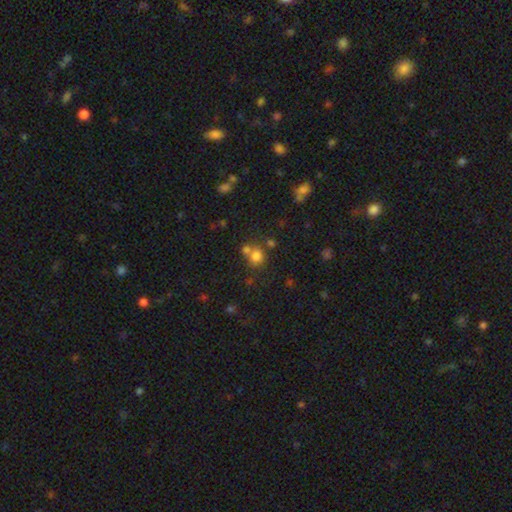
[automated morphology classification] Q: Smooth or featured?
A: smooth (75%); runner-up: star or artifact (16%)
Q: How rounded?
A: round (77%); runner-up: in between (22%)
Q: Merging?
A: none (52%); runner-up: merger (34%)